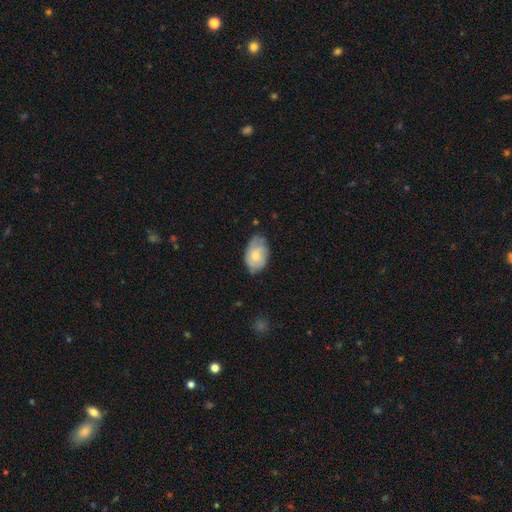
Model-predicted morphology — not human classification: smooth 60%, featured or disk 33%, star or artifact 6%. Down the decision tree: how rounded — in between (88%); merging — none (57%).